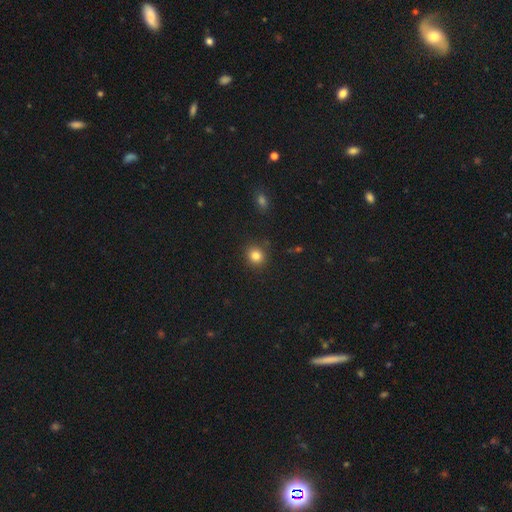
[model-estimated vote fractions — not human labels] Smooth or featured: smooth — 83% (star or artifact — 12%)
How rounded: round — 87% (in between — 12%)
Merging: none — 89% (minor disturbance — 7%)